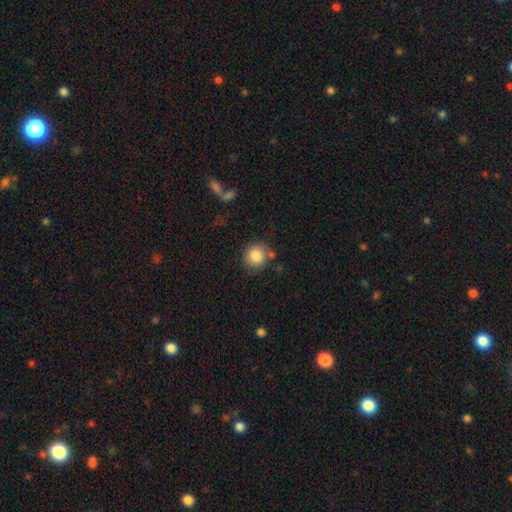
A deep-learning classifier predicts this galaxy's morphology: Smooth or featured? Predicted: smooth (p=0.84). How rounded? Predicted: round (p=0.87). Merging? Predicted: none (p=0.77).